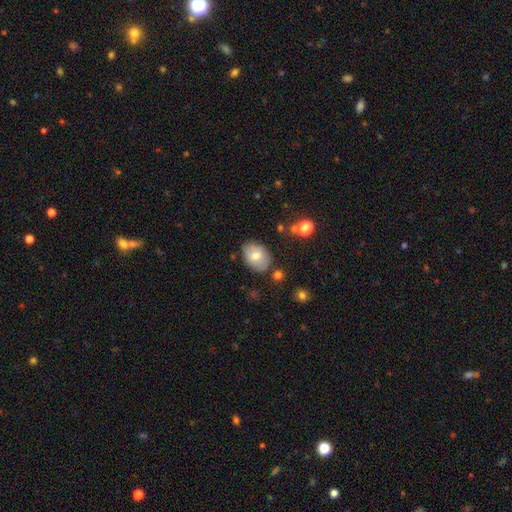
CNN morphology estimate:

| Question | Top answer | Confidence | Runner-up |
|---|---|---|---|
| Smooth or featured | smooth | 72% | featured or disk (21%) |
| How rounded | in between | 79% | round (20%) |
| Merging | none | 75% | minor disturbance (18%) |